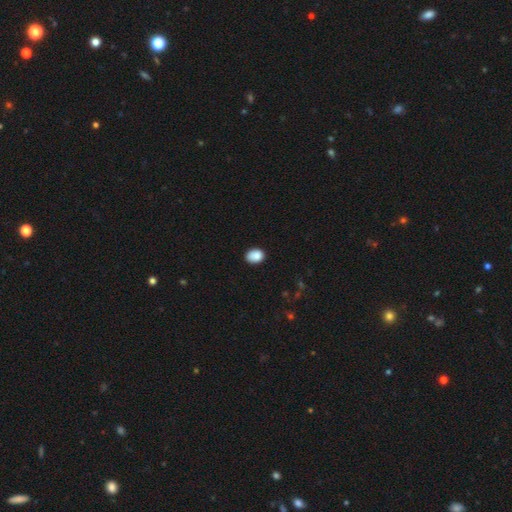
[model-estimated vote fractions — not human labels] Smooth or featured: smooth — 88% (star or artifact — 8%)
How rounded: in between — 64% (round — 35%)
Merging: none — 82% (minor disturbance — 15%)